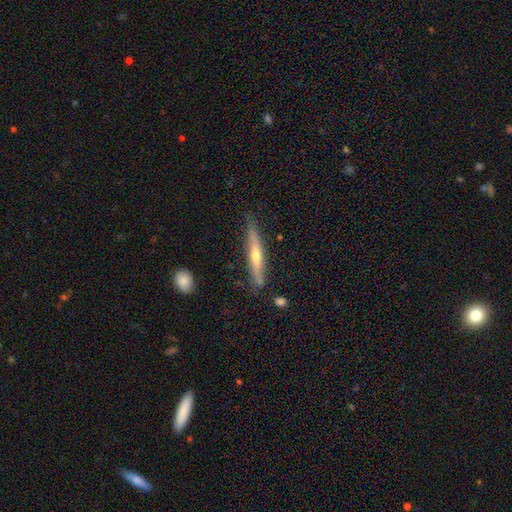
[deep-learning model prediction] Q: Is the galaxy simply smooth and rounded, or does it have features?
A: featured or disk — 60%.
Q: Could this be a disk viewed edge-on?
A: yes — 94%.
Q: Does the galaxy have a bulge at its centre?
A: rounded — 82%.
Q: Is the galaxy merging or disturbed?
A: none — 80%.